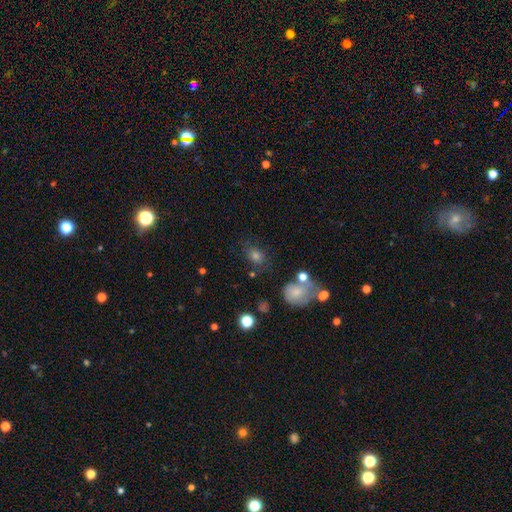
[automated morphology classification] smooth 67%, star or artifact 19%, featured or disk 13%. Down the decision tree: how rounded — in between (53%); merging — none (69%).